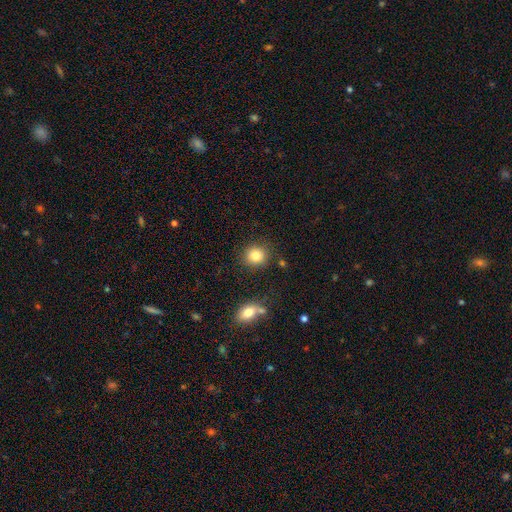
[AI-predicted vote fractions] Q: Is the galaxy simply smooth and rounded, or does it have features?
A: smooth — 83%.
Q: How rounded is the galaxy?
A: round — 84%.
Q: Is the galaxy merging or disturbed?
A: none — 84%.